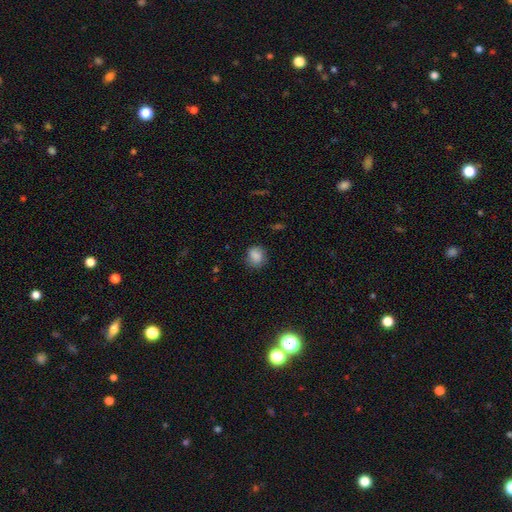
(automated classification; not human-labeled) Overall: smooth (83%). How rounded: round (73%). Merging: none (76%).